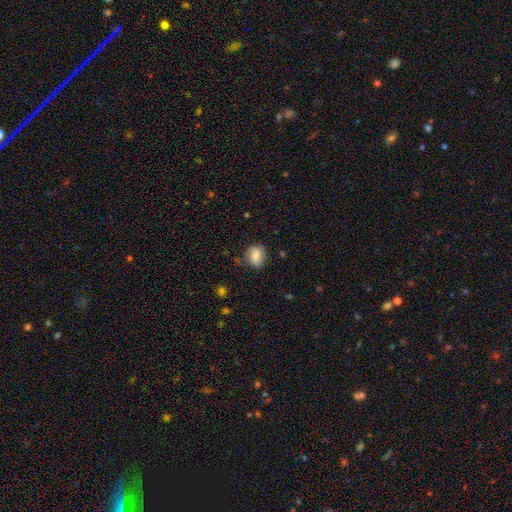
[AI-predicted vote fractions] smooth 67%, featured or disk 24%, star or artifact 9%. Down the decision tree: how rounded — round (50%); merging — none (68%).